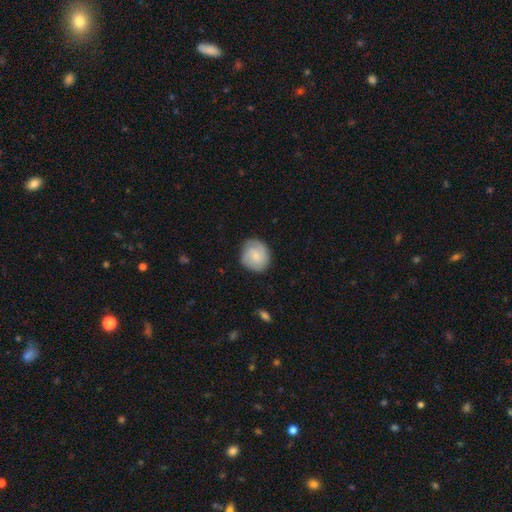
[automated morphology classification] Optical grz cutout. It shows a smooth galaxy with no disk features (48%). Merging: none (80%).